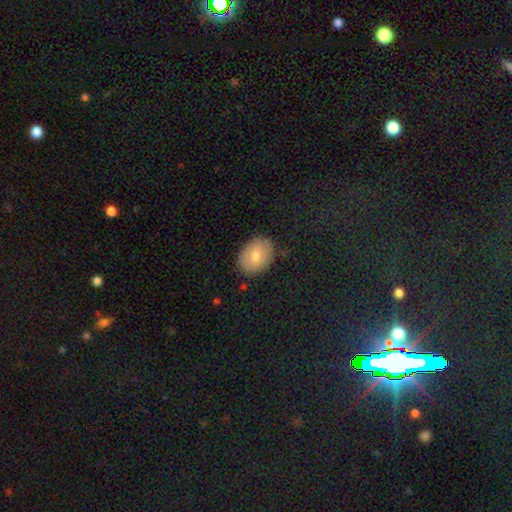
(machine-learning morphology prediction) Smooth or featured: smooth — 77% (featured or disk — 16%)
How rounded: in between — 75% (round — 24%)
Merging: none — 84% (minor disturbance — 12%)